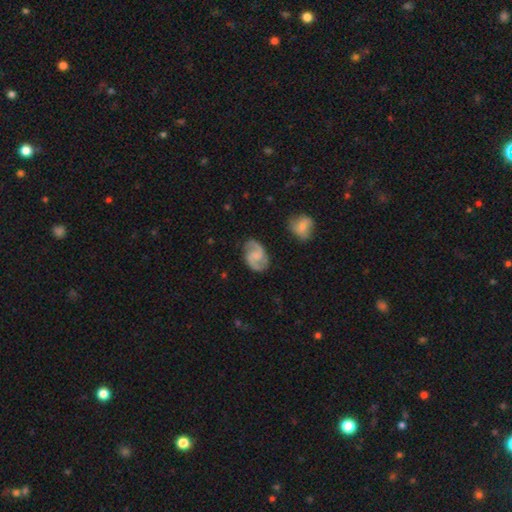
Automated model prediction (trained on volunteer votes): featured or disk 84%, smooth 11%, star or artifact 5%. Down the decision tree: edge-on disk — no (98%); bar — weak (46%); spiral arms — yes (97%); spiral arm count — 2 (93%); spiral winding — medium (55%); bulge size — none (50%); merging — none (80%).